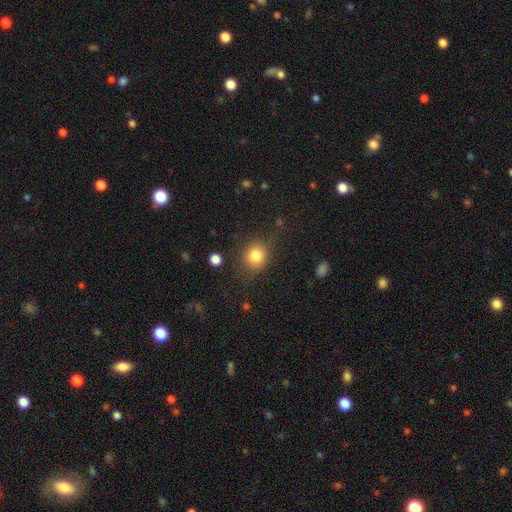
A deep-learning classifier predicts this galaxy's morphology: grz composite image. It shows a smooth galaxy with no disk features (83%) that is round (74%). Merging: none (82%).